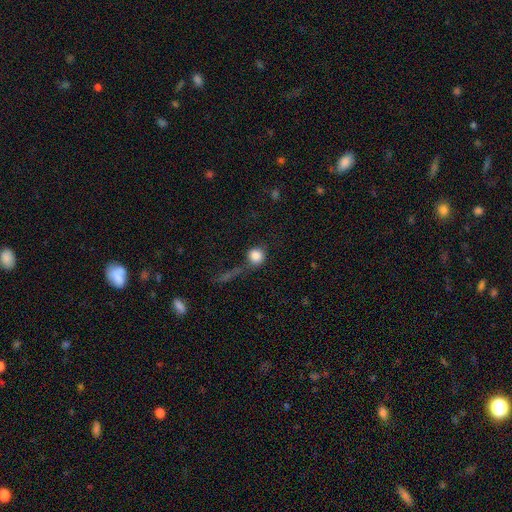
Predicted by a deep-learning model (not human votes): smooth-or-featured: smooth: 84% | star or artifact: 10% | featured or disk: 7%
  how-rounded: round: 89% | in between: 10% | cigar-shaped: 2%
  merging: none: 59% | minor disturbance: 16% | merger: 13% | major disturbance: 11%